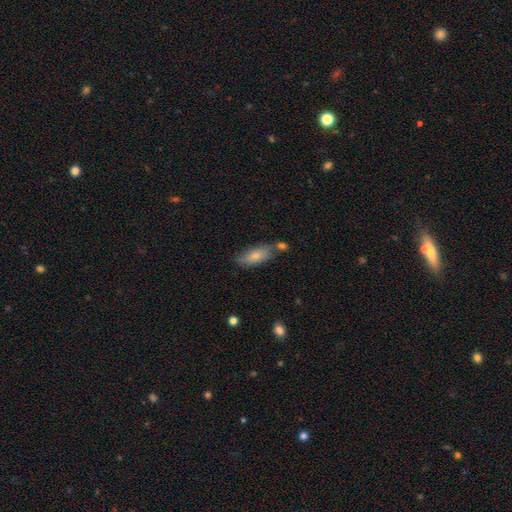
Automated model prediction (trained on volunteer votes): smooth 78%, featured or disk 16%, star or artifact 6%. Down the decision tree: how rounded — in between (75%); merging — none (60%).